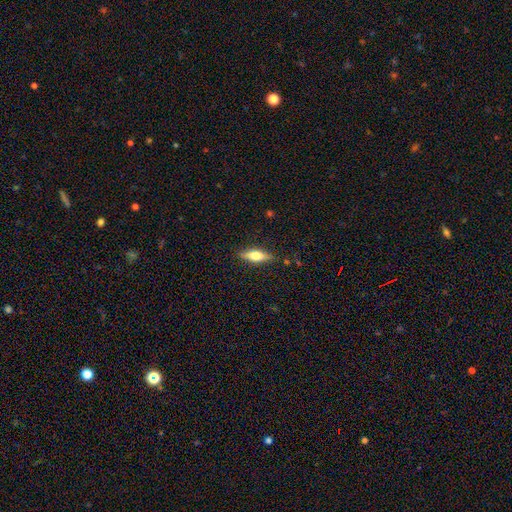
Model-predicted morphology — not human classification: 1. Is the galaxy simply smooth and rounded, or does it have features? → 60% smooth, 34% featured or disk, 6% star or artifact.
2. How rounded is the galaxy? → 49% in between, 48% cigar-shaped, 3% round.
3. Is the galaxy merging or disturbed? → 86% none, 11% minor disturbance, 2% major disturbance, 1% merger.